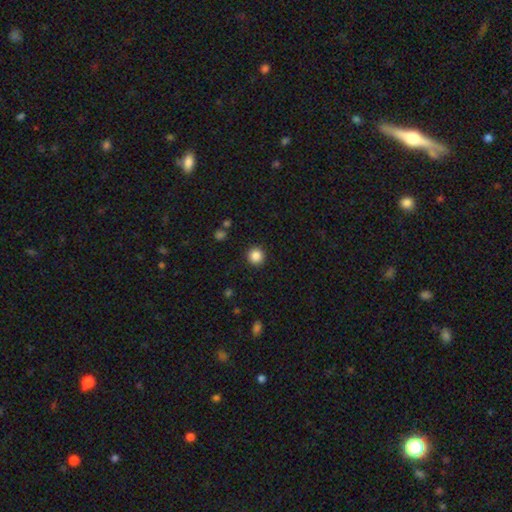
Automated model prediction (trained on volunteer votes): Smooth or featured? Predicted: smooth (p=0.86). How rounded? Predicted: round (p=0.95). Merging? Predicted: none (p=0.92).